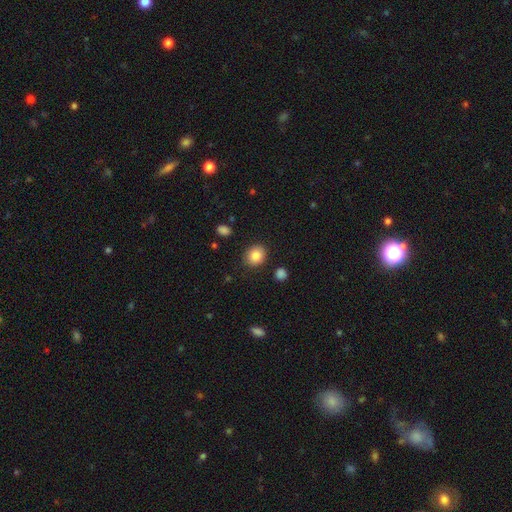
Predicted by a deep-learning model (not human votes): Smooth or featured? Predicted: smooth (p=0.85). How rounded? Predicted: round (p=0.67). Merging? Predicted: none (p=0.88).